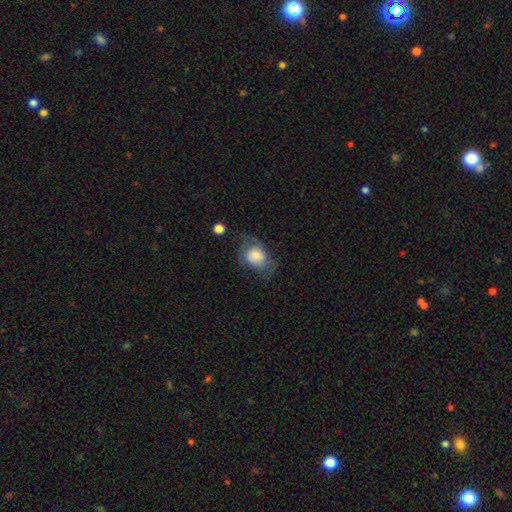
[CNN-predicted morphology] This is likely a smooth galaxy (64%). How rounded: likely in between (63%). Merging: marginally none (44%).